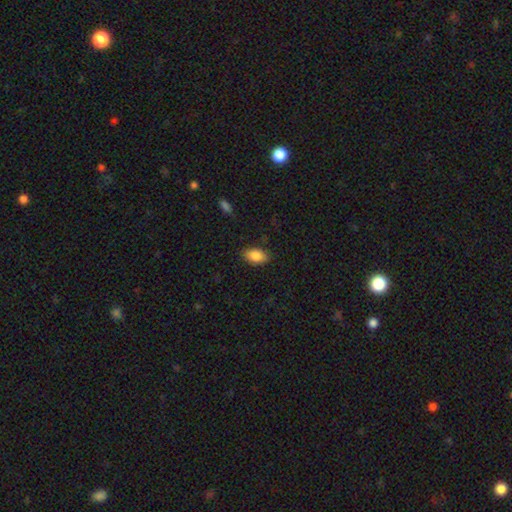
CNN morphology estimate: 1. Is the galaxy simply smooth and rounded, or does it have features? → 84% smooth, 8% featured or disk, 8% star or artifact.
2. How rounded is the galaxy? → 90% in between, 7% round, 3% cigar-shaped.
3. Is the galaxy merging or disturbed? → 84% none, 12% minor disturbance, 3% major disturbance, 1% merger.